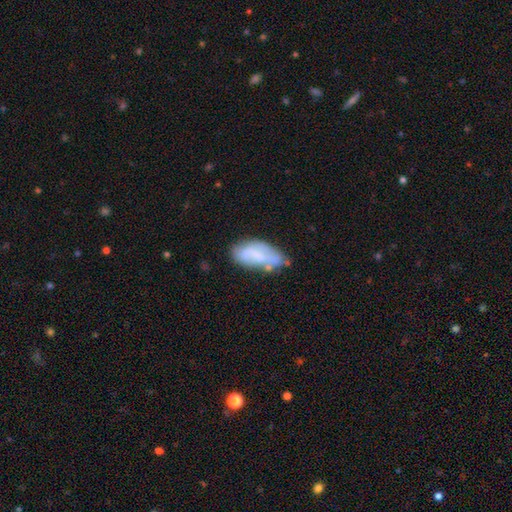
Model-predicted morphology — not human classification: This is possibly a smooth galaxy (53%). How rounded: clearly in between (85%). Merging: possibly none (50%).